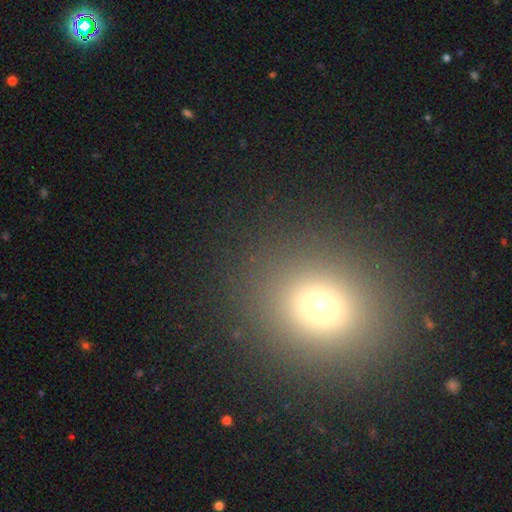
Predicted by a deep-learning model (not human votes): This is likely a smooth galaxy (67%). How rounded: likely round (76%). Merging: clearly none (88%).